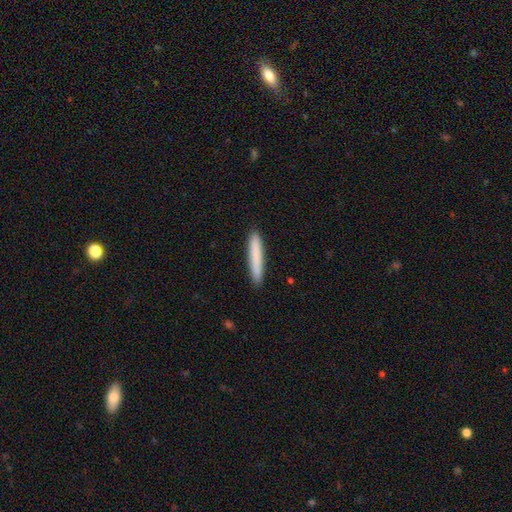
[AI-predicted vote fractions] A smooth galaxy with no disk features (82%) that is cigar-shaped (95%).

Vote fractions:
- Smooth or featured? smooth: 82% / featured or disk: 13% / star or artifact: 6%
- How rounded? cigar-shaped: 95% / in between: 4% / round: 1%
- Merging? none: 92% / minor disturbance: 6% / major disturbance: 1% / merger: 1%